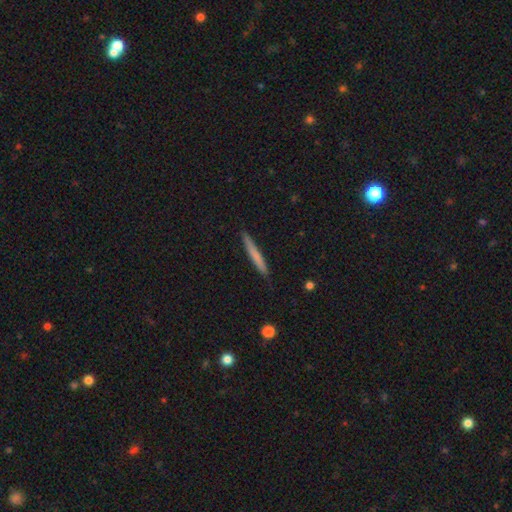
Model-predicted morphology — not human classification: type=smooth (70%); roundness=cigar-shaped (96%); merging=none (89%).